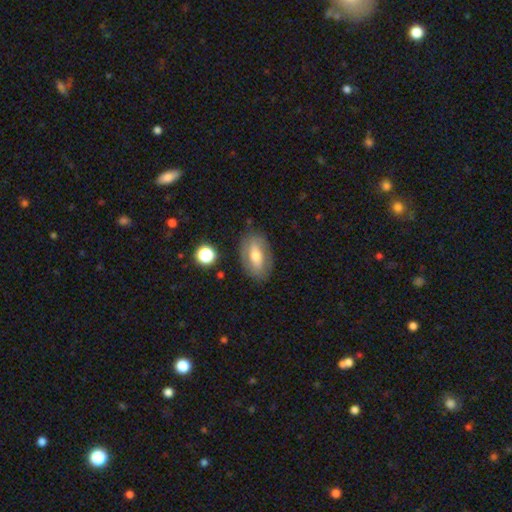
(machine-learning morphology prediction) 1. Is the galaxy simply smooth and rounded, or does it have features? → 48% smooth, 44% featured or disk, 8% star or artifact.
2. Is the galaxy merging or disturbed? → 81% none, 13% minor disturbance, 4% major disturbance, 2% merger.